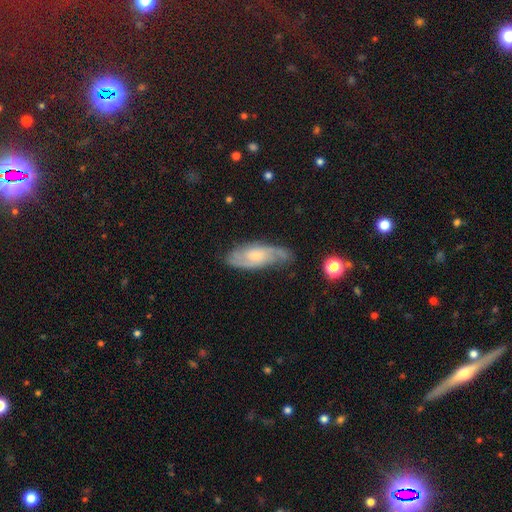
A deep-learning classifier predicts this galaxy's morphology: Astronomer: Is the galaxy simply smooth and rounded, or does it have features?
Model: featured or disk — 72%.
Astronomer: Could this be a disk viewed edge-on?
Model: no — 88%.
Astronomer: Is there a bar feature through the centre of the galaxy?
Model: no — 59% (runner-up: weak, 36%).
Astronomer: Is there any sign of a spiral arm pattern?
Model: yes — 93%.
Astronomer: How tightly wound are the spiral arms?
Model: medium — 48% (runner-up: tight, 33%).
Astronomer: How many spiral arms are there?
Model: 2 — 67%.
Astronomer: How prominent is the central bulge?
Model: small — 51% (runner-up: moderate, 37%).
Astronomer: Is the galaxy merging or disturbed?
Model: none — 73%.